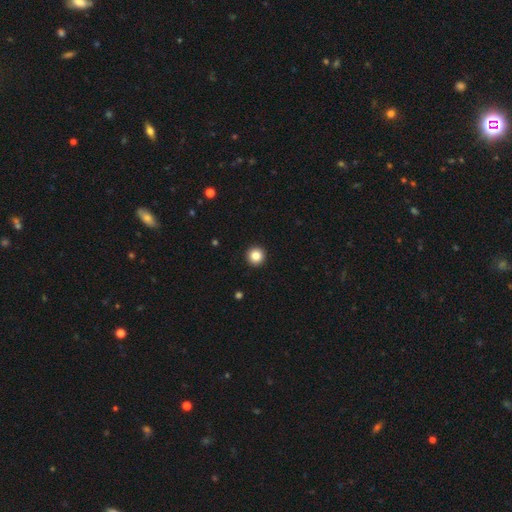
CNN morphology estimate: This is clearly a smooth galaxy (85%). How rounded: clearly round (96%). Merging: clearly none (94%).